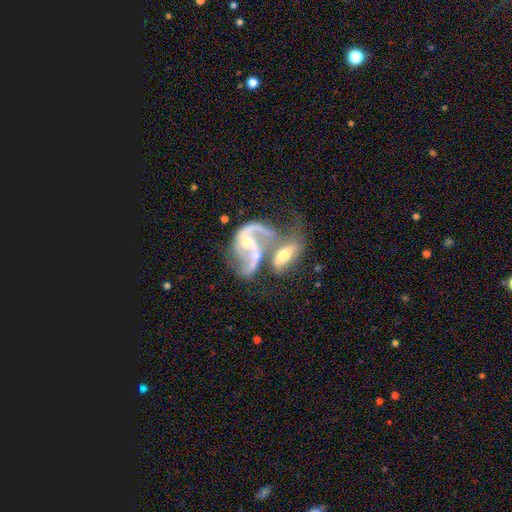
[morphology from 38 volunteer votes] Q: Smooth or featured?
A: featured or disk (79%); runner-up: smooth (16%)
Q: Edge-on disk?
A: no (100%)
Q: Bar?
A: no (57%); runner-up: weak (33%)
Q: Spiral arms?
A: yes (93%); runner-up: no (7%)
Q: Spiral winding?
A: loose (71%); runner-up: medium (21%)
Q: Spiral arm count?
A: 2 (93%); runner-up: 1 (4%)
Q: Bulge size?
A: small (50%); runner-up: moderate (47%)
Q: Merging?
A: merger (67%); runner-up: none (17%)